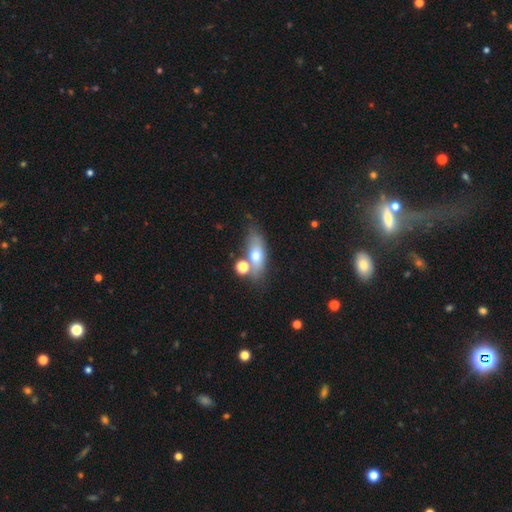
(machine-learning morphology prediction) Smooth or featured? smooth (64%)
How rounded? in between (67%)
Merging? none (59%)